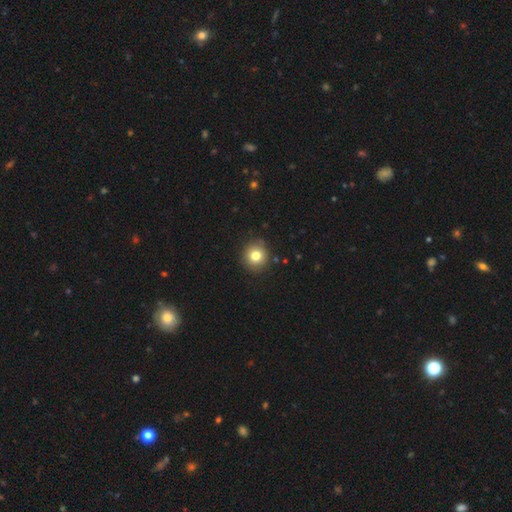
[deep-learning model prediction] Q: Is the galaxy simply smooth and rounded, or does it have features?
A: smooth — 80%.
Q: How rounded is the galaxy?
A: round — 91%.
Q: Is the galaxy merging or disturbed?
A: none — 88%.